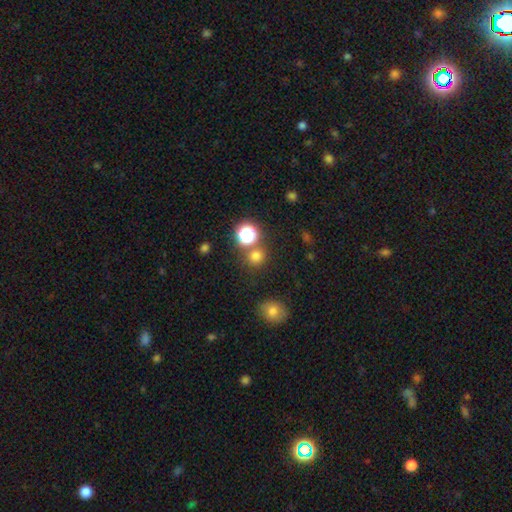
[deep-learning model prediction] Smooth or featured?
  - smooth: 71% *
  - star or artifact: 23%
  - featured or disk: 5%
How rounded?
  - round: 89% *
  - in between: 10%
  - cigar-shaped: 1%
Merging?
  - none: 75% *
  - merger: 14%
  - minor disturbance: 7%
  - major disturbance: 3%